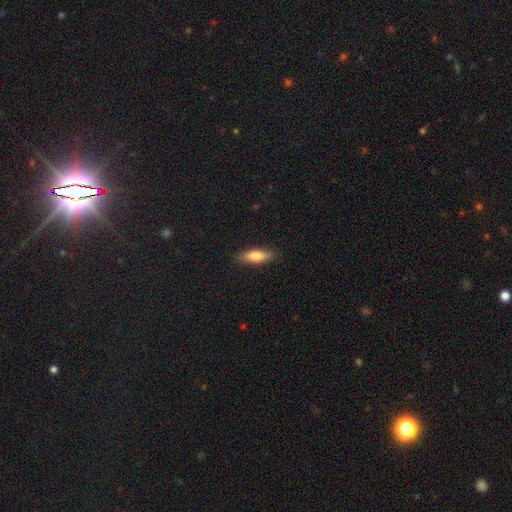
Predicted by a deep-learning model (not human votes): Q: Smooth or featured?
A: smooth (81%); runner-up: featured or disk (13%)
Q: How rounded?
A: in between (52%); runner-up: cigar-shaped (46%)
Q: Merging?
A: none (85%); runner-up: minor disturbance (11%)